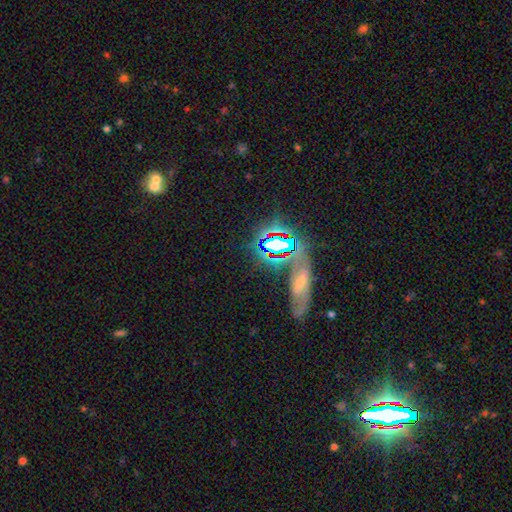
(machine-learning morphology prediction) Smooth or featured? Predicted: star or artifact (p=0.47).